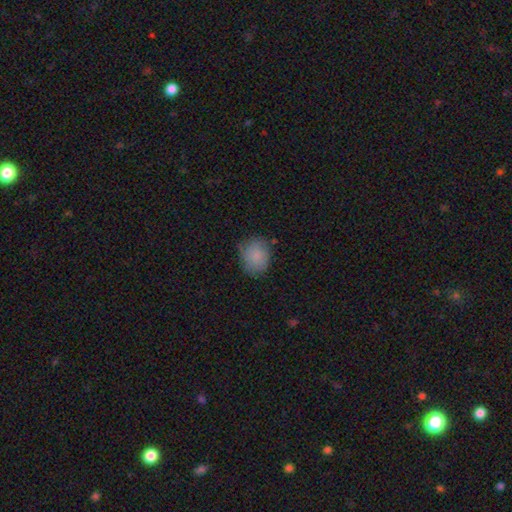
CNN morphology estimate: smooth_or_featured: smooth (p=0.84) [alt: featured or disk p=0.08]
how_rounded: round (p=0.62) [alt: in between p=0.37]
merging: none (p=0.67) [alt: minor disturbance p=0.25]